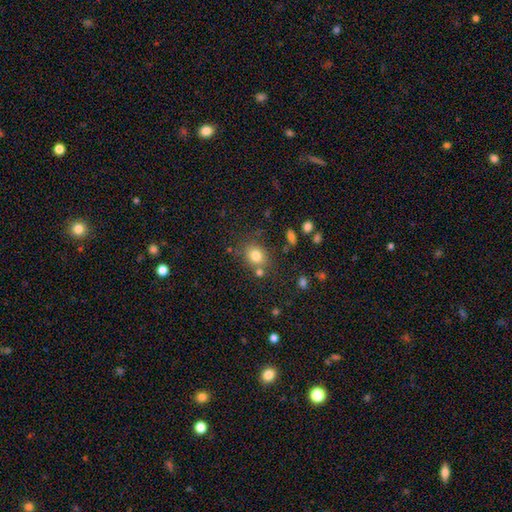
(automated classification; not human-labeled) Overall: smooth (79%). How rounded: round (55%; in between 44%). Merging: none (71%).